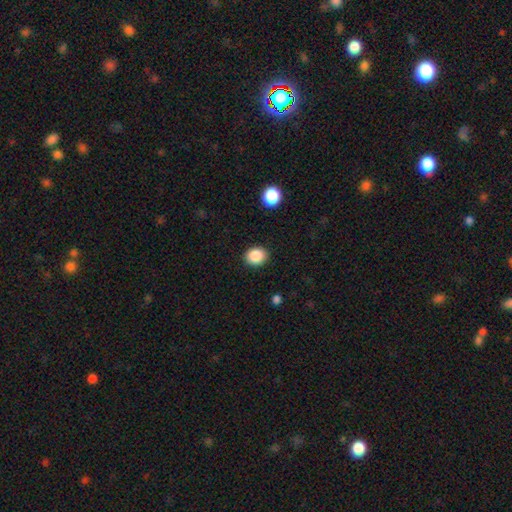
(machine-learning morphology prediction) Overall: smooth (88%). How rounded: round (62%; in between 37%). Merging: none (90%).